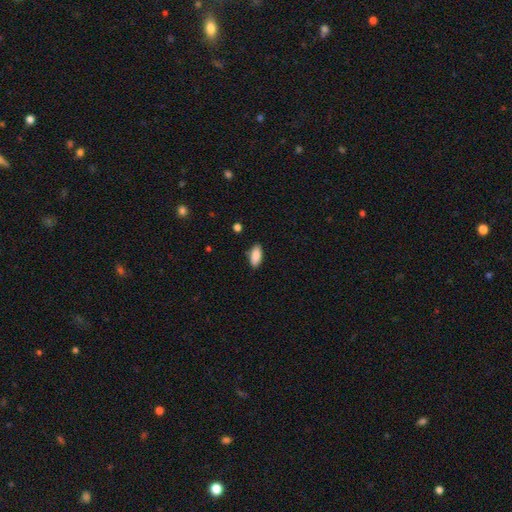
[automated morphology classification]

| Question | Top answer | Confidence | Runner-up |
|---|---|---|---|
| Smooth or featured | smooth | 89% | star or artifact (7%) |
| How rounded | in between | 90% | cigar-shaped (8%) |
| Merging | none | 86% | minor disturbance (11%) |